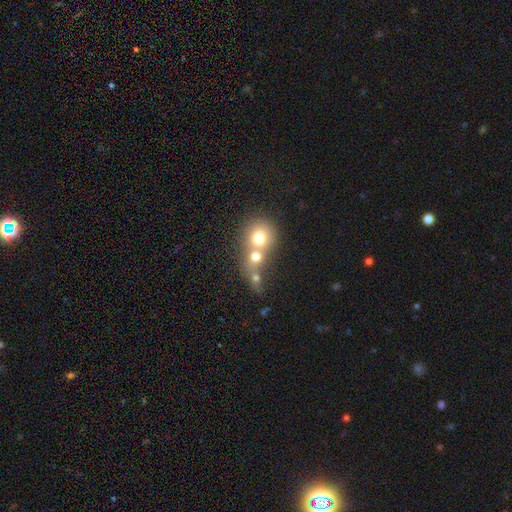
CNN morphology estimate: Overall: smooth (65%). How rounded: round (75%). Merging: merger (68%).